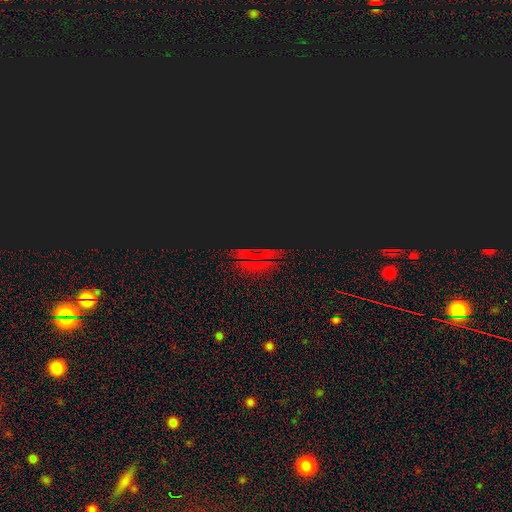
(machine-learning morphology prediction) This appears to be a star or artifact, not a galaxy (68%).